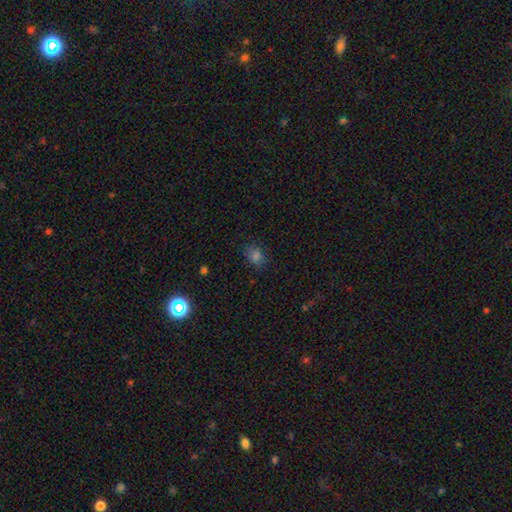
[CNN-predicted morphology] A smooth galaxy with no disk features (74%) that is in between round and cigar-shaped (54%).

Vote fractions:
- Smooth or featured? smooth: 74% / star or artifact: 21% / featured or disk: 6%
- How rounded? in between: 54% / round: 45% / cigar-shaped: 1%
- Merging? none: 80% / minor disturbance: 15% / major disturbance: 4% / merger: 2%